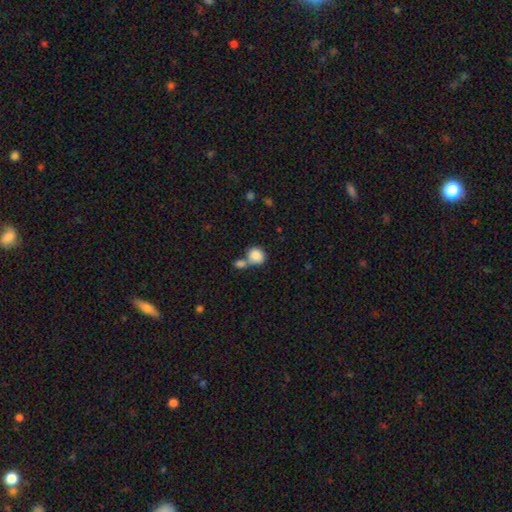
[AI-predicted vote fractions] This appears to be a smooth galaxy with no disk features (85%) that is round (73%). Merging: merger (49%).